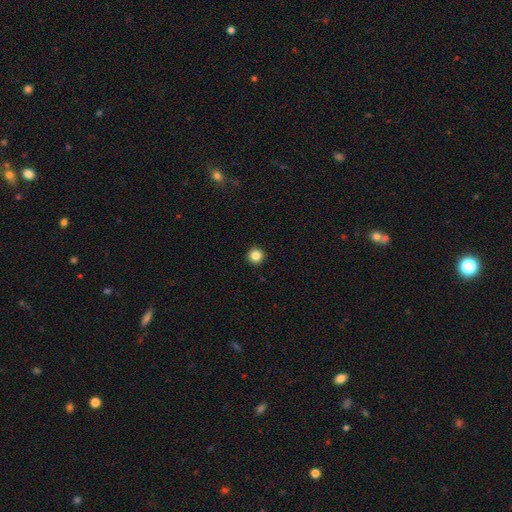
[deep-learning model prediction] Smooth or featured? Predicted: smooth (p=0.85). How rounded? Predicted: round (p=0.96). Merging? Predicted: none (p=0.94).